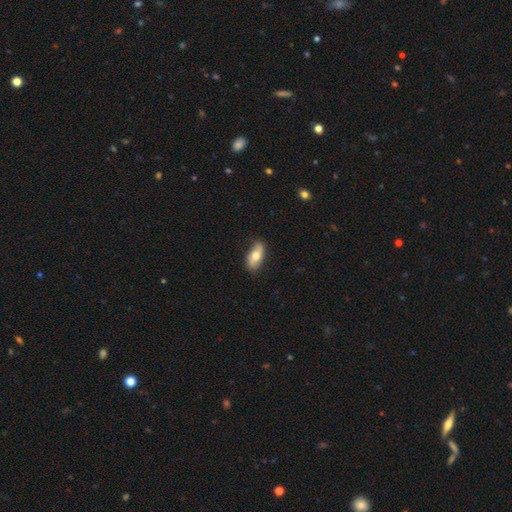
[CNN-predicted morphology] Q: Smooth or featured?
A: smooth (57%); runner-up: featured or disk (37%)
Q: How rounded?
A: in between (85%); runner-up: cigar-shaped (11%)
Q: Merging?
A: none (78%); runner-up: minor disturbance (17%)